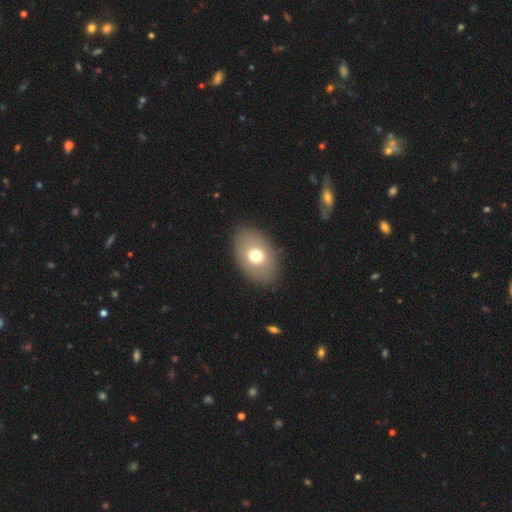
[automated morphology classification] smooth-or-featured: smooth: 70% | featured or disk: 22% | star or artifact: 8%
  how-rounded: in between: 83% | round: 16% | cigar-shaped: 1%
  merging: none: 86% | minor disturbance: 9% | major disturbance: 3% | merger: 1%